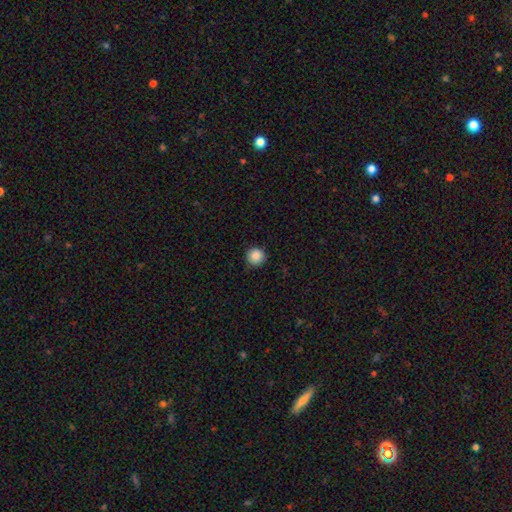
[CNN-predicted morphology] Q: Smooth or featured?
A: smooth (87%); runner-up: star or artifact (10%)
Q: How rounded?
A: round (95%); runner-up: in between (4%)
Q: Merging?
A: none (87%); runner-up: minor disturbance (10%)